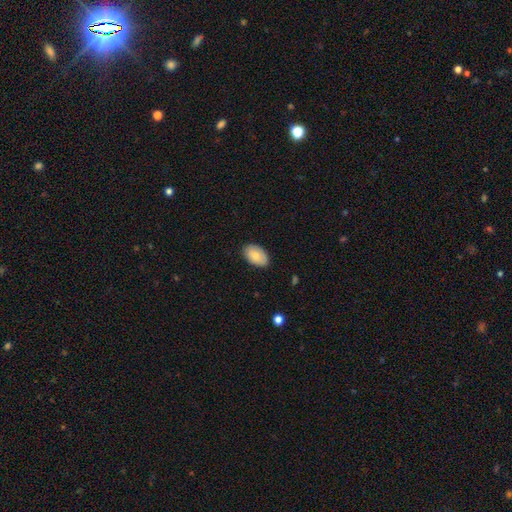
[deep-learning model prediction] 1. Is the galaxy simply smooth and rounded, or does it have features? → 79% smooth, 14% featured or disk, 6% star or artifact.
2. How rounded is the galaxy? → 92% in between, 7% round, 1% cigar-shaped.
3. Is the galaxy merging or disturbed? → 84% none, 13% minor disturbance, 2% major disturbance, 1% merger.